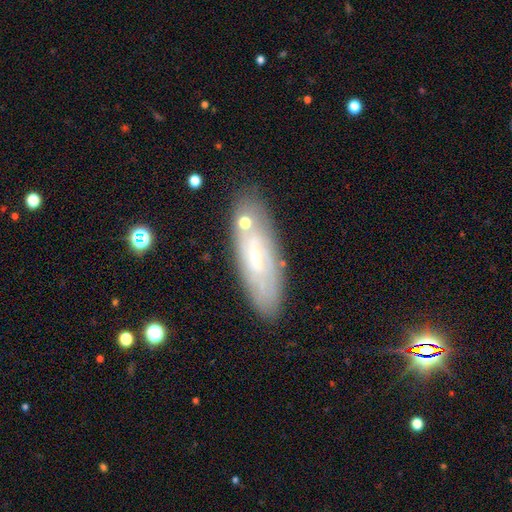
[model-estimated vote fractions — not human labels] Smooth or featured: featured or disk — 57% (smooth — 34%)
Edge-on disk: no — 76% (yes — 24%)
Merging: none — 78% (minor disturbance — 13%)